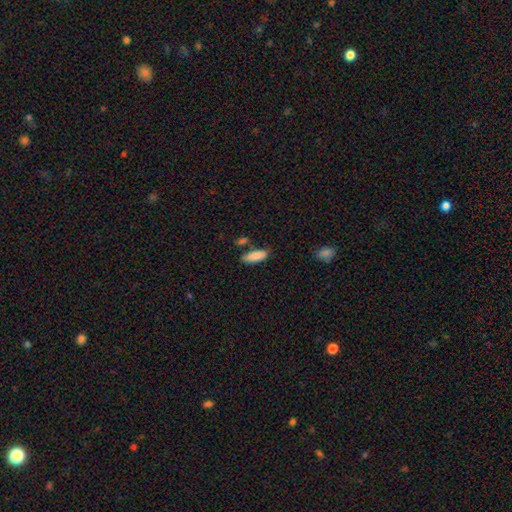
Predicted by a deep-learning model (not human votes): Smooth or featured?
  - smooth: 88% *
  - star or artifact: 7%
  - featured or disk: 6%
How rounded?
  - in between: 69% *
  - cigar-shaped: 29%
  - round: 2%
Merging?
  - none: 72% *
  - minor disturbance: 16%
  - merger: 8%
  - major disturbance: 4%